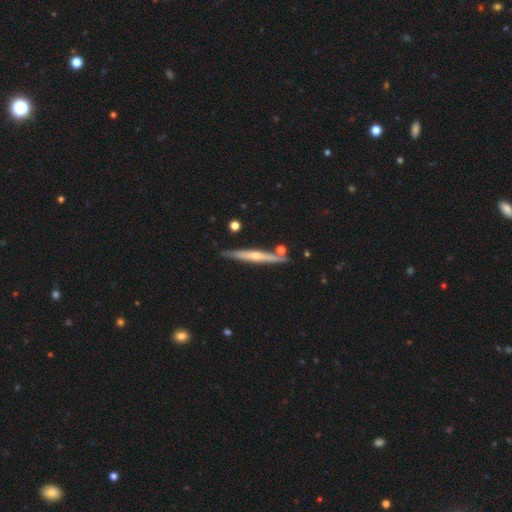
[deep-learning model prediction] featured or disk 70%, smooth 24%, star or artifact 6%. Down the decision tree: edge-on disk — yes (97%); edge-on bulge — rounded (77%); merging — none (83%).